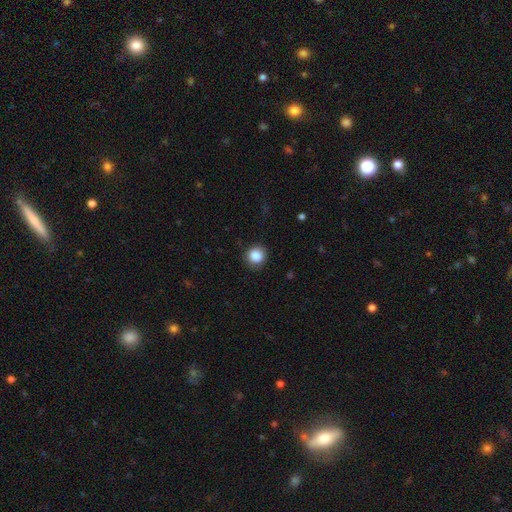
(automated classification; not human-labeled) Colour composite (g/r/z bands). It shows a smooth galaxy with no disk features (86%) that is round (91%). Merging: none (88%).